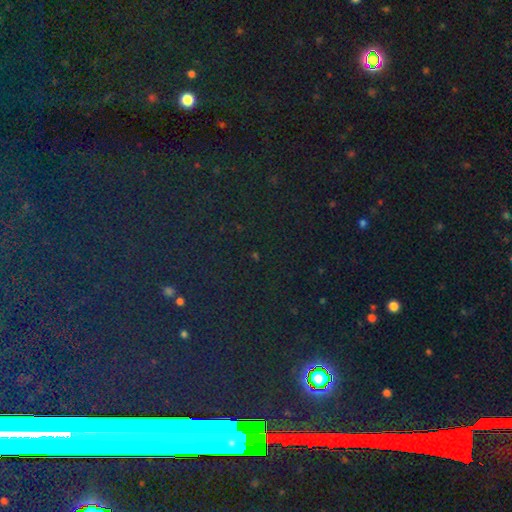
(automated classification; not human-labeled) A star or artifact, not a galaxy (82%).

Vote fractions:
- Smooth or featured? star or artifact: 82% / smooth: 10% / featured or disk: 9%